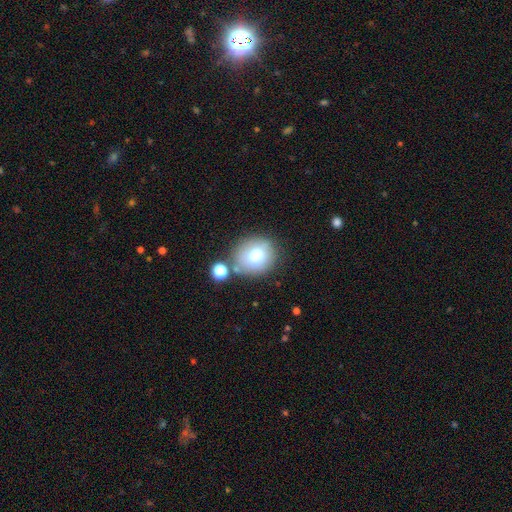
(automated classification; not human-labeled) Smooth or featured? Predicted: smooth (p=0.74). How rounded? Predicted: round (p=0.70). Merging? Predicted: none (p=0.67).